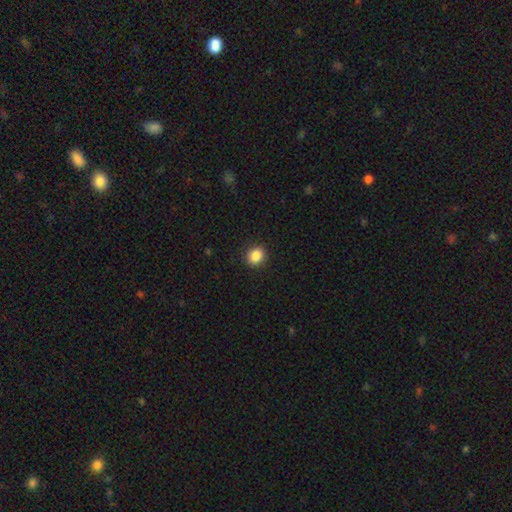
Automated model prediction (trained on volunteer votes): smooth 87%, star or artifact 9%, featured or disk 3%. Down the decision tree: how rounded — round (71%); merging — none (91%).